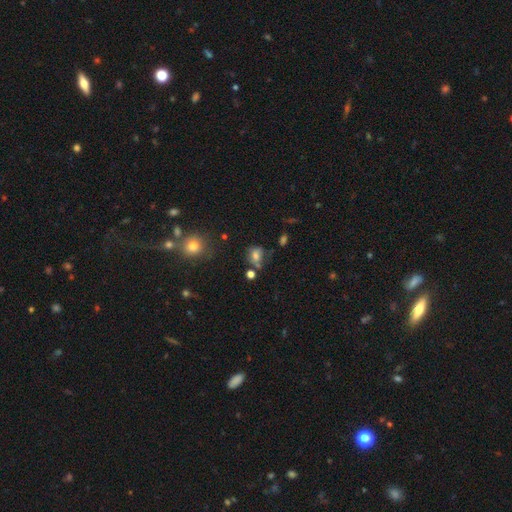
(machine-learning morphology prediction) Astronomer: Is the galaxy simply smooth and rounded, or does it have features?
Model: smooth — 68%.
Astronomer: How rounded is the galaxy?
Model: round — 53% (runner-up: in between, 45%).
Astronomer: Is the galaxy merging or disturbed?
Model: none — 53%.